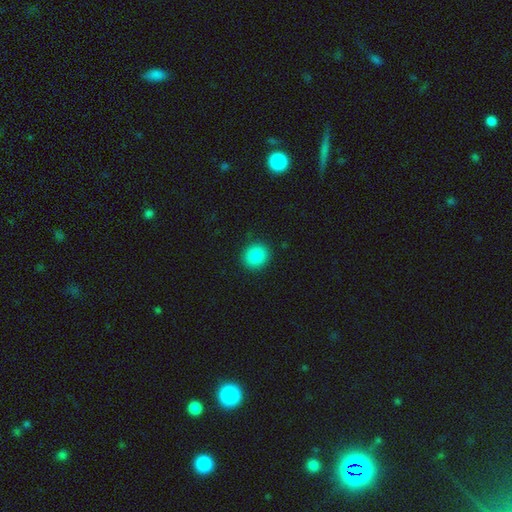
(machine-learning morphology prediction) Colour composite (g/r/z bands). It shows a smooth galaxy with no disk features (88%) that is round (86%). Merging: none (91%).